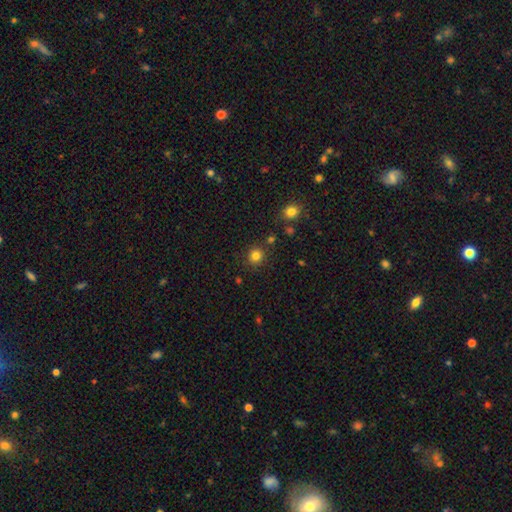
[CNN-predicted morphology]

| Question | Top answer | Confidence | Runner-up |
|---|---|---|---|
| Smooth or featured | smooth | 82% | star or artifact (13%) |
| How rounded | round | 89% | in between (10%) |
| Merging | none | 86% | minor disturbance (7%) |